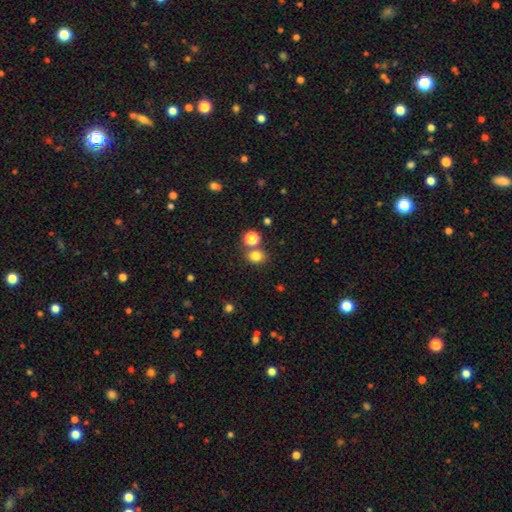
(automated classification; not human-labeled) smooth 78%, star or artifact 16%, featured or disk 6%. Down the decision tree: how rounded — round (65%); merging — none (69%).